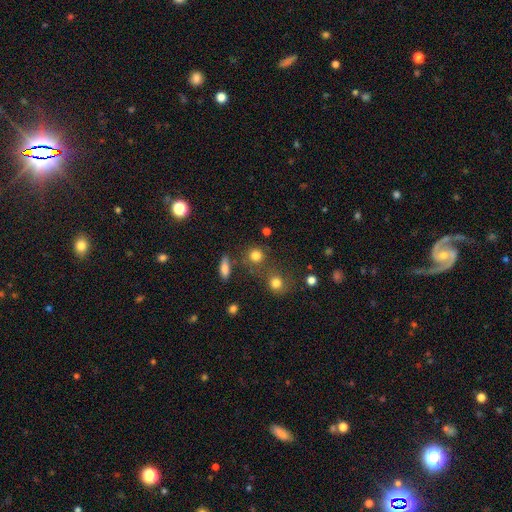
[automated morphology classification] Smooth or featured? Predicted: smooth (p=0.80). How rounded? Predicted: round (p=0.88). Merging? Predicted: none (p=0.68).